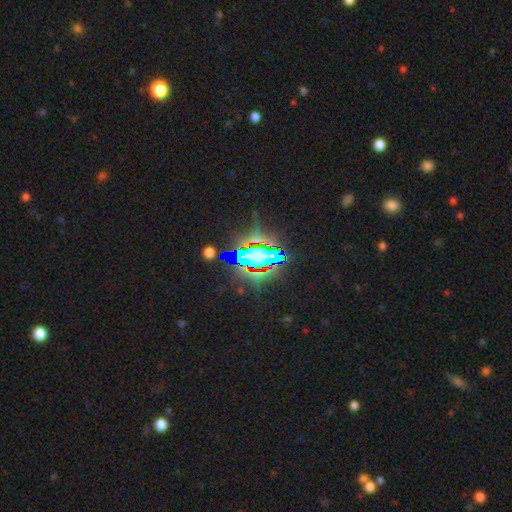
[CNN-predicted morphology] The model was most divided on "smooth or featured": star or artifact: 67%, smooth: 18%, featured or disk: 15%.